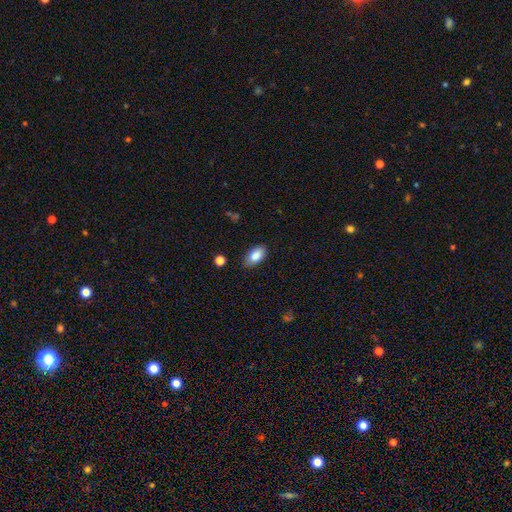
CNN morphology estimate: This appears to be a smooth galaxy with no disk features (86%) that is in between round and cigar-shaped (93%). Merging: none (85%).